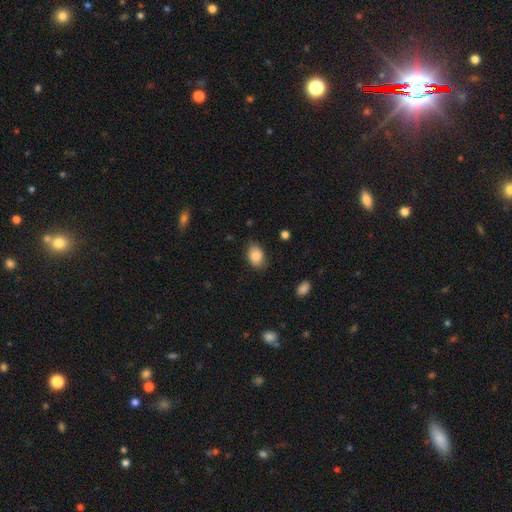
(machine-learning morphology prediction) Q: Smooth or featured?
A: smooth (85%); runner-up: star or artifact (7%)
Q: How rounded?
A: in between (80%); runner-up: round (19%)
Q: Merging?
A: none (77%); runner-up: minor disturbance (18%)